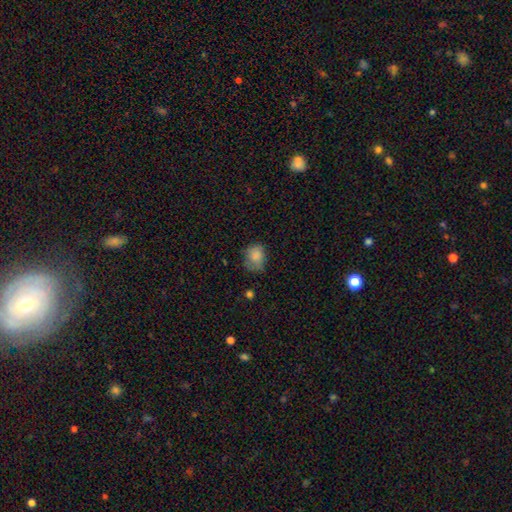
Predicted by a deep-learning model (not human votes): A smooth galaxy with no disk features (82%) that is round (53%).

Vote fractions:
- Smooth or featured? smooth: 82% / star or artifact: 10% / featured or disk: 8%
- How rounded? round: 53% / in between: 46% / cigar-shaped: 1%
- Merging? none: 51% / minor disturbance: 34% / major disturbance: 13% / merger: 2%